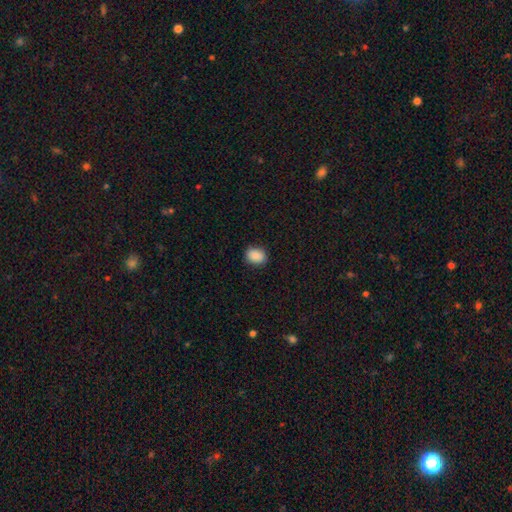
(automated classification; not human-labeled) The model was most divided on "how rounded": in between: 59%, round: 40%, cigar-shaped: 1%. More confident: merging — none (89%); smooth or featured — smooth (88%).